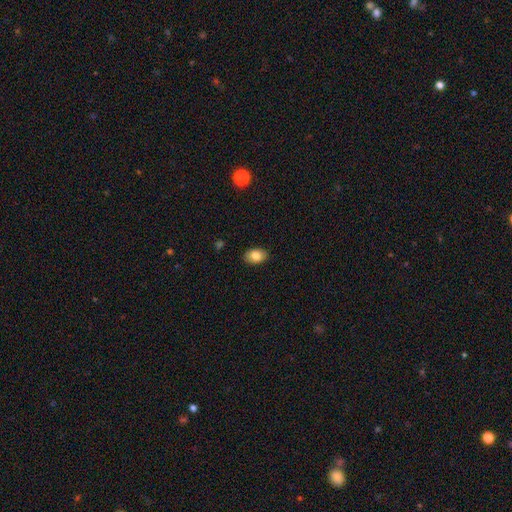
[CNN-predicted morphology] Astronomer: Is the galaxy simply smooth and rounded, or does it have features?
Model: smooth — 82%.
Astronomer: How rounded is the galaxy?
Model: in between — 85%.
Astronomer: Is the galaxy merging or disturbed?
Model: none — 88%.